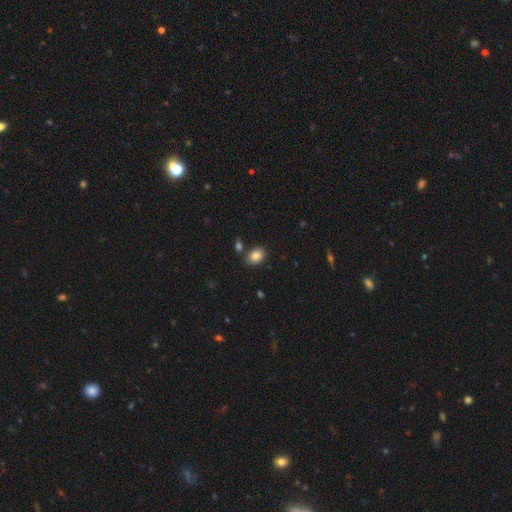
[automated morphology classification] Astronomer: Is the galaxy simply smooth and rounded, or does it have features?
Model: smooth — 86%.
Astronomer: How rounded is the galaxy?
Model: in between — 66%.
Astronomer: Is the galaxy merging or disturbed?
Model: none — 77%.